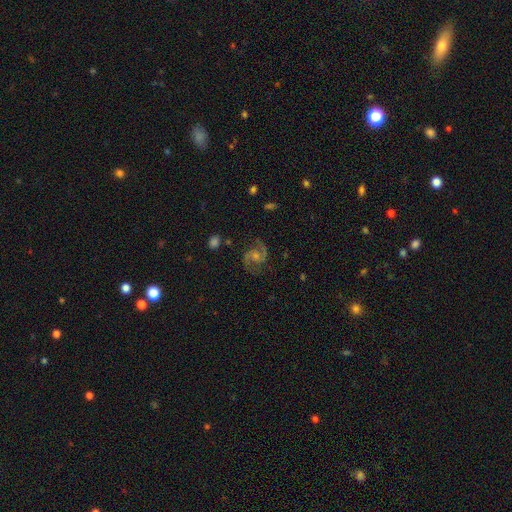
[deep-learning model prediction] A featured or disk galaxy (87%) with no bar (54%), 2 (93%) medium (63%) spiral arms (98%) and a small central bulge (49%). Merging: none (82%).